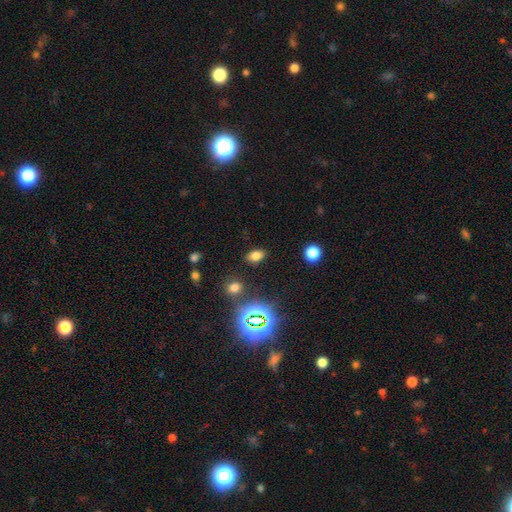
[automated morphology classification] A smooth galaxy with no disk features (72%) that is in between round and cigar-shaped (84%).

Vote fractions:
- Smooth or featured? smooth: 72% / star or artifact: 20% / featured or disk: 8%
- How rounded? in between: 84% / round: 14% / cigar-shaped: 2%
- Merging? none: 86% / minor disturbance: 9% / major disturbance: 3% / merger: 2%